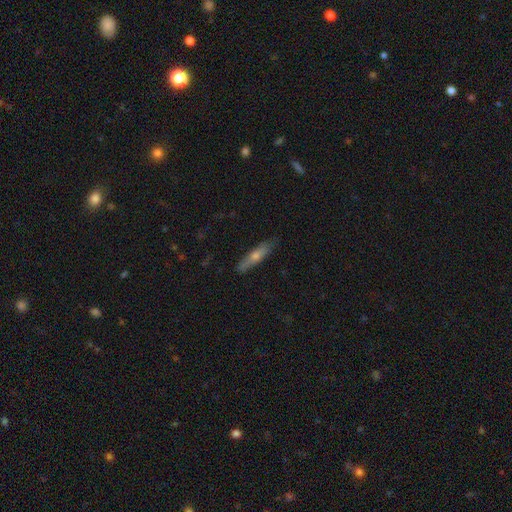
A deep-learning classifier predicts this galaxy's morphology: This appears to be a smooth galaxy with no disk features (50%). Merging: none (85%).